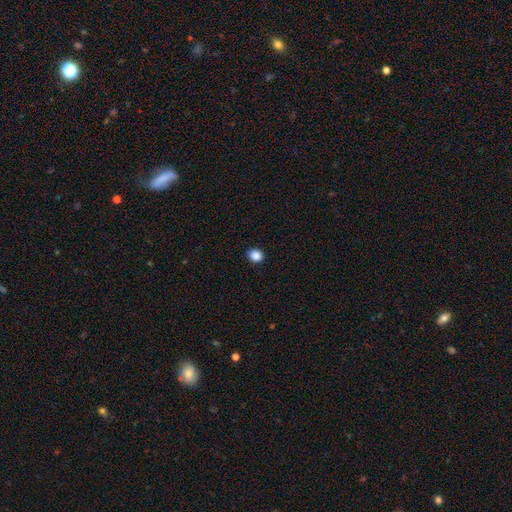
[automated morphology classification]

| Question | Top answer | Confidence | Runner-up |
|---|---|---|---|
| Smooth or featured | smooth | 88% | star or artifact (10%) |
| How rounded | round | 71% | in between (28%) |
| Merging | none | 91% | minor disturbance (6%) |